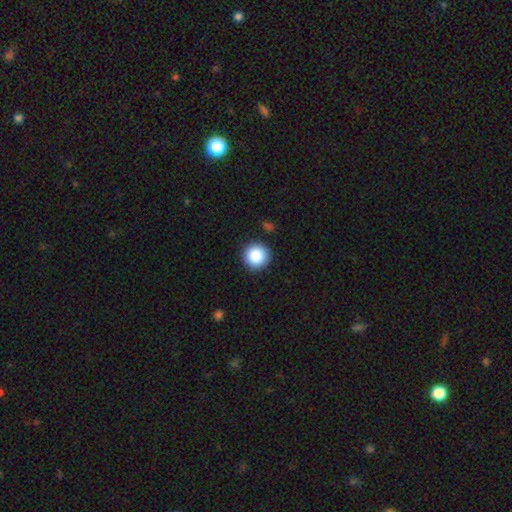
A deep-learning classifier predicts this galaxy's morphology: smooth-or-featured: smooth: 88% | star or artifact: 8% | featured or disk: 4%
  how-rounded: round: 96% | in between: 3% | cigar-shaped: 1%
  merging: none: 90% | minor disturbance: 6% | major disturbance: 2% | merger: 2%